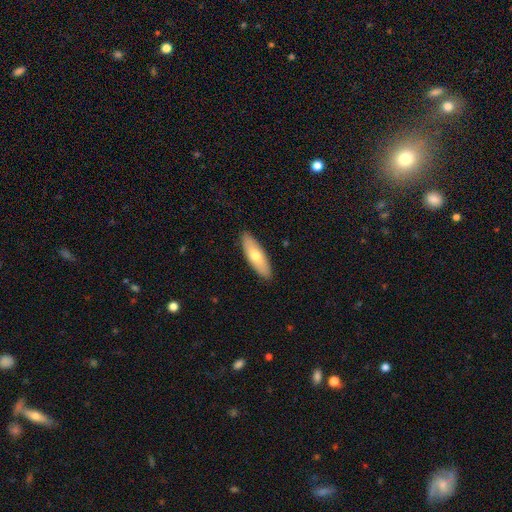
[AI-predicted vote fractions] Smooth or featured: smooth — 66% (featured or disk — 29%)
How rounded: in between — 53% (cigar-shaped — 45%)
Merging: none — 90% (minor disturbance — 8%)